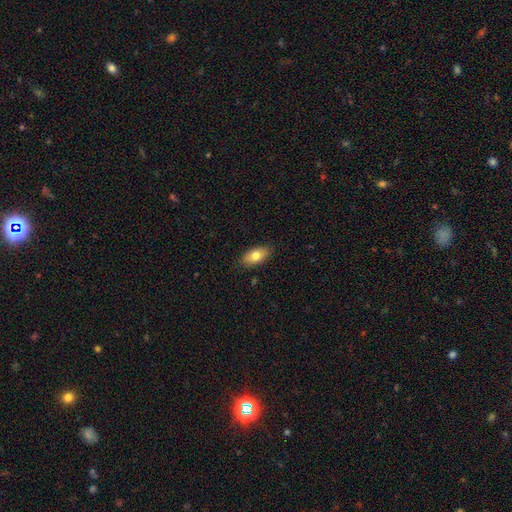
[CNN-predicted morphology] Q: Smooth or featured?
A: smooth (77%); runner-up: featured or disk (16%)
Q: How rounded?
A: in between (91%); runner-up: cigar-shaped (5%)
Q: Merging?
A: none (87%); runner-up: minor disturbance (10%)